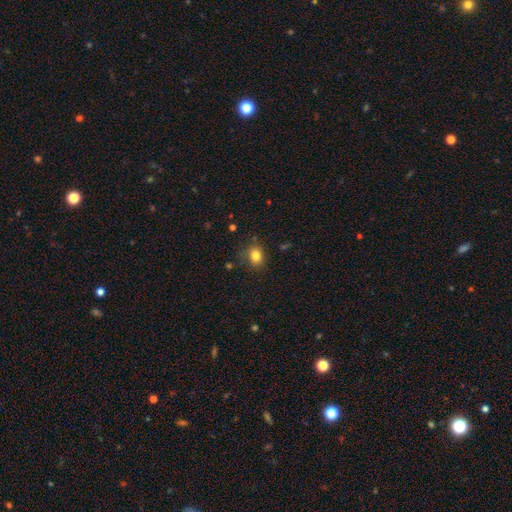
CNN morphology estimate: smooth_or_featured: smooth (p=0.82) [alt: star or artifact p=0.11]
how_rounded: round (p=0.52) [alt: in between p=0.47]
merging: none (p=0.80) [alt: minor disturbance p=0.14]